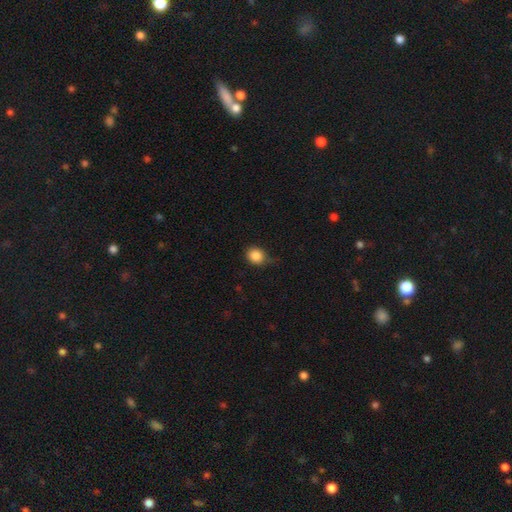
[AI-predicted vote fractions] Smooth or featured?
  - smooth: 86% *
  - star or artifact: 9%
  - featured or disk: 5%
How rounded?
  - round: 72% *
  - in between: 27%
  - cigar-shaped: 1%
Merging?
  - none: 61% *
  - minor disturbance: 31%
  - major disturbance: 7%
  - merger: 2%